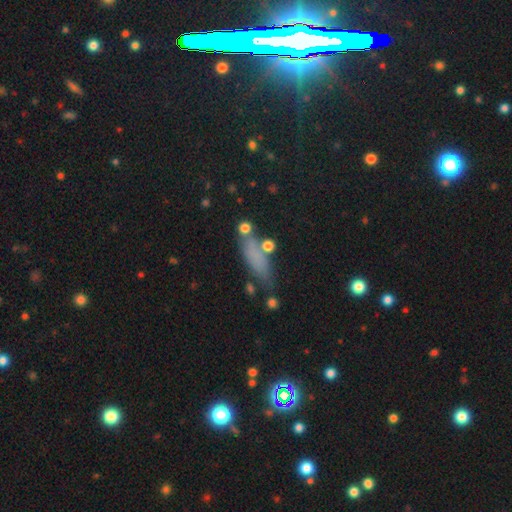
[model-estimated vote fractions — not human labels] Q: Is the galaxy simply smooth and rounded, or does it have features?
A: smooth — 65%.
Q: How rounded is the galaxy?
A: cigar-shaped — 51%.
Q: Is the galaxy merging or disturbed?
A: none — 62%.